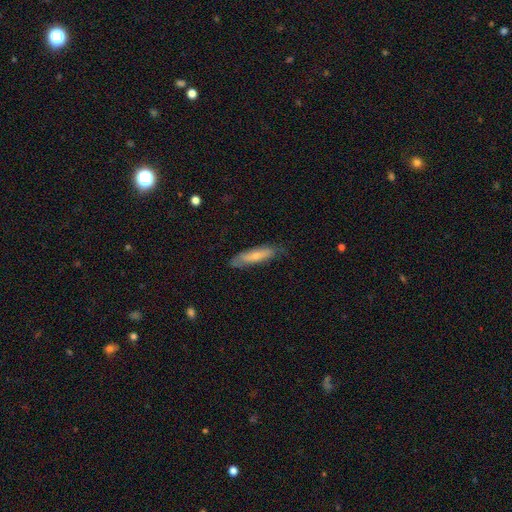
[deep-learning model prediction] smooth 63%, featured or disk 31%, star or artifact 6%. Down the decision tree: how rounded — cigar-shaped (75%); merging — none (74%).